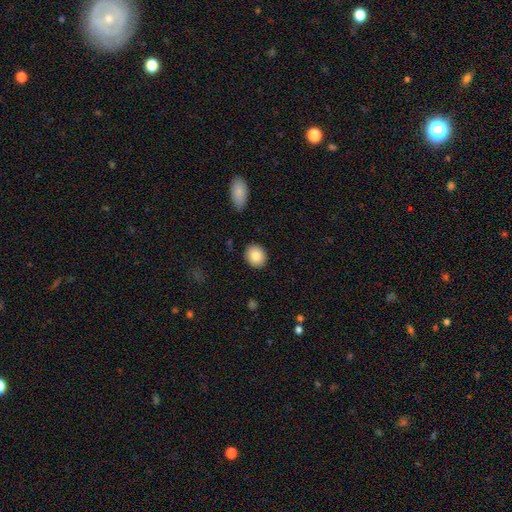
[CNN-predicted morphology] Q: Smooth or featured?
A: smooth (85%); runner-up: featured or disk (8%)
Q: How rounded?
A: round (69%); runner-up: in between (30%)
Q: Merging?
A: none (89%); runner-up: minor disturbance (7%)